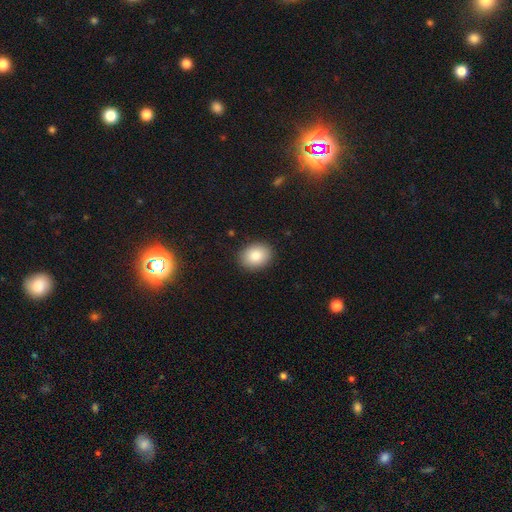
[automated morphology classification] smooth 85%, star or artifact 8%, featured or disk 7%. Down the decision tree: how rounded — in between (56%); merging — none (89%).